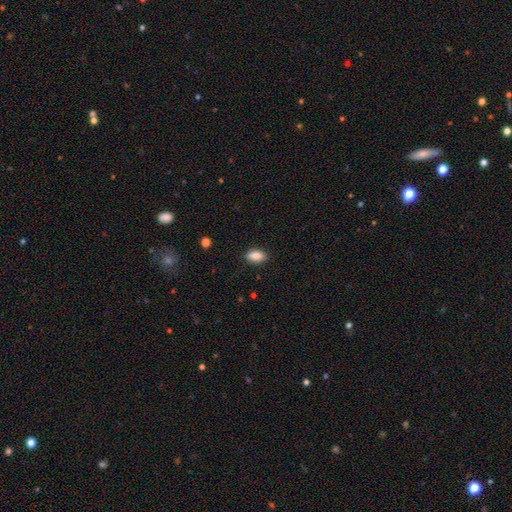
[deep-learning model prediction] This appears to be a smooth galaxy with no disk features (88%) that is in between round and cigar-shaped (91%). Merging: none (88%).